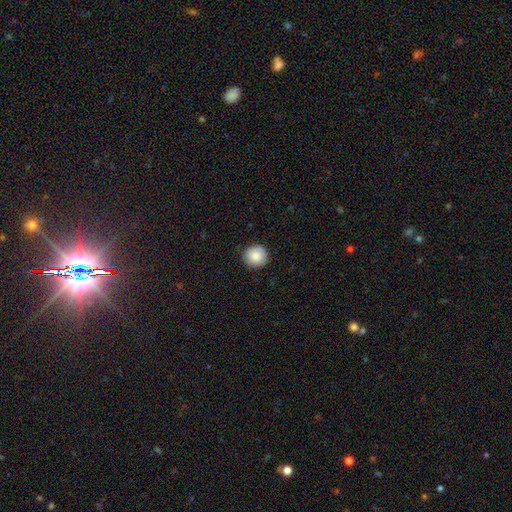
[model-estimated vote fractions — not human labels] Q: Smooth or featured?
A: smooth (87%); runner-up: star or artifact (8%)
Q: How rounded?
A: round (92%); runner-up: in between (7%)
Q: Merging?
A: none (90%); runner-up: minor disturbance (8%)